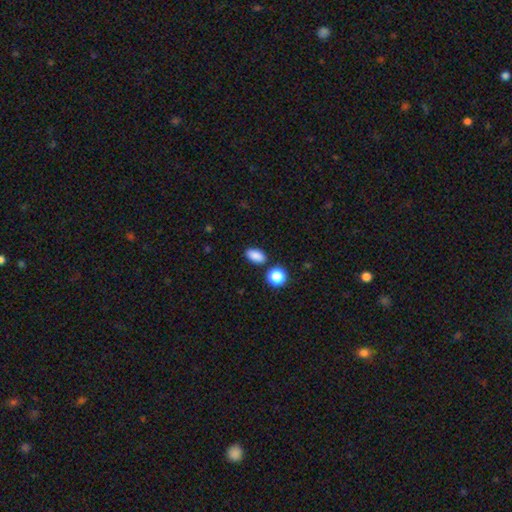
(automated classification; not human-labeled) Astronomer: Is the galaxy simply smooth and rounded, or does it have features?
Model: smooth — 86%.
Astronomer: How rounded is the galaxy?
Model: in between — 87%.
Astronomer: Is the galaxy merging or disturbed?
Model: none — 83%.